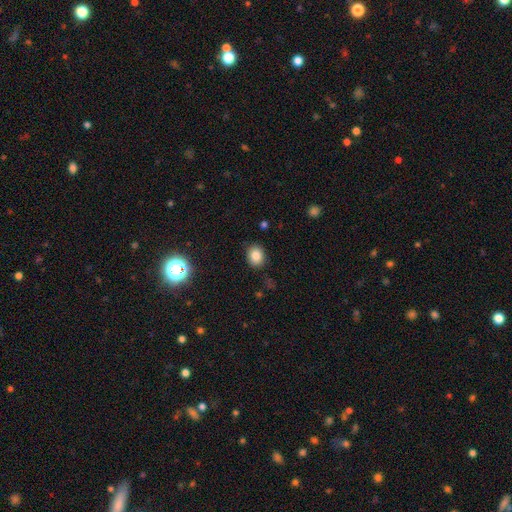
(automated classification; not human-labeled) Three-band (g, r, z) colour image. It shows a smooth galaxy with no disk features (82%) that is round (56%). Merging: none (87%).